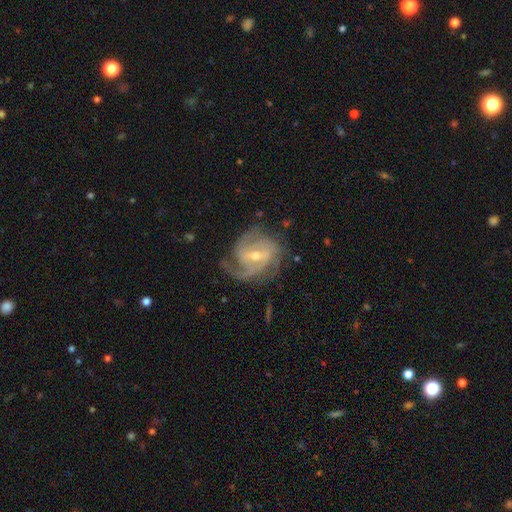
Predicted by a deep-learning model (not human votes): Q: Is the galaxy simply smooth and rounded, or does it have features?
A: featured or disk — 90%.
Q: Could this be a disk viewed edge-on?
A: no — 97%.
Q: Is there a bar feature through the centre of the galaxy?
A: weak — 49%.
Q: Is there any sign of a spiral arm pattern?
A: yes — 97%.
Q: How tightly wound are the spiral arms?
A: medium — 44%, tied with tight.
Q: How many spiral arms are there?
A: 3 — 37%.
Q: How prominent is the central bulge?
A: small — 52%.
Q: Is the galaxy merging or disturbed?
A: none — 67%.